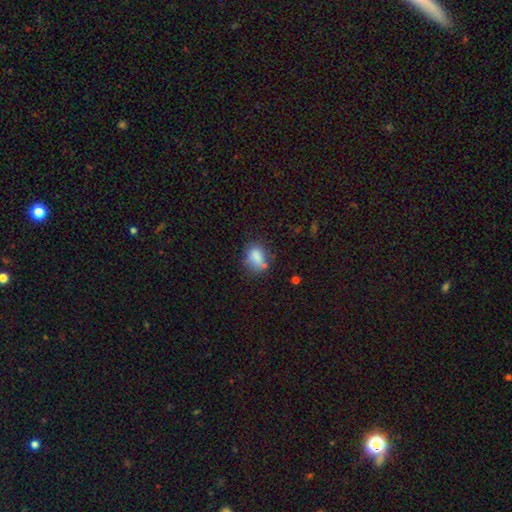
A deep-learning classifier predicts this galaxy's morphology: This is likely a smooth galaxy (80%). How rounded: likely in between (63%). Merging: possibly none (56%).